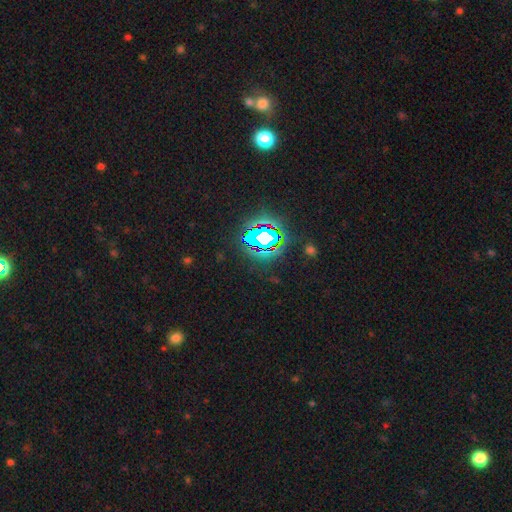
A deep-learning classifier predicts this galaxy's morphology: Overall: star or artifact (82%).